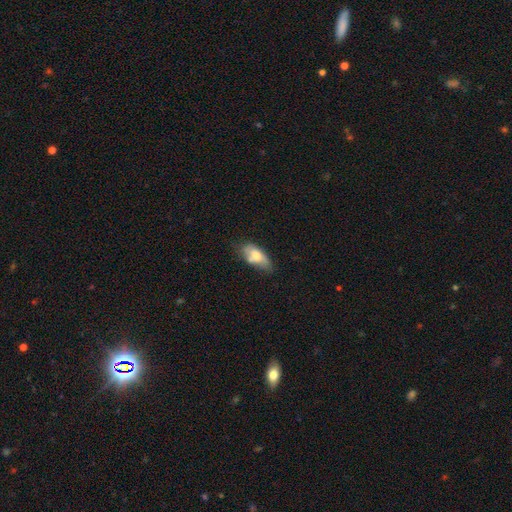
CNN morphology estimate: A smooth galaxy with no disk features (63%) that is in between round and cigar-shaped (86%).

Vote fractions:
- Smooth or featured? smooth: 63% / featured or disk: 29% / star or artifact: 7%
- How rounded? in between: 86% / cigar-shaped: 10% / round: 3%
- Merging? none: 45% / minor disturbance: 31% / merger: 14% / major disturbance: 11%